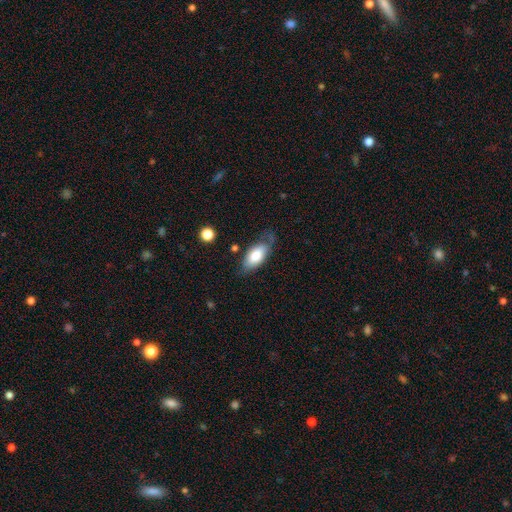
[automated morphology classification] smooth_or_featured: smooth (p=0.73) [alt: featured or disk p=0.20]
how_rounded: in between (p=0.89) [alt: cigar-shaped p=0.08]
merging: none (p=0.54) [alt: minor disturbance p=0.30]